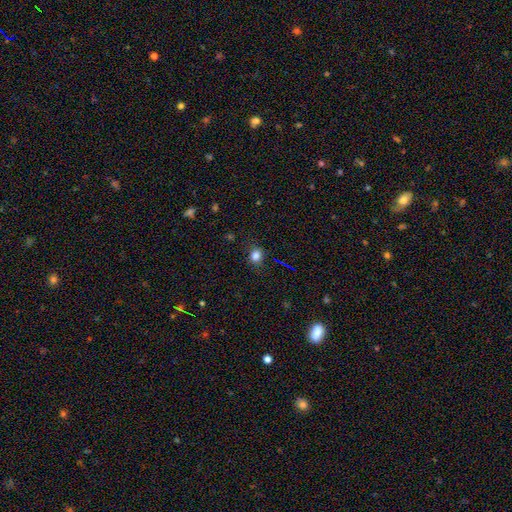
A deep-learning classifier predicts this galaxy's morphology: smooth-or-featured: smooth: 80% | star or artifact: 15% | featured or disk: 5%
  how-rounded: round: 66% | in between: 33% | cigar-shaped: 1%
  merging: none: 81% | minor disturbance: 13% | major disturbance: 4% | merger: 1%